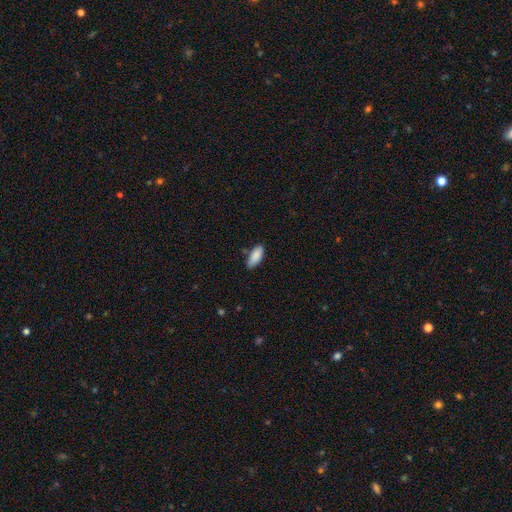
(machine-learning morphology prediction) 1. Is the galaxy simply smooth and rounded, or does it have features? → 88% smooth, 6% star or artifact, 5% featured or disk.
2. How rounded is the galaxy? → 82% in between, 16% cigar-shaped, 2% round.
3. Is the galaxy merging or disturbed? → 75% none, 19% minor disturbance, 3% merger, 3% major disturbance.